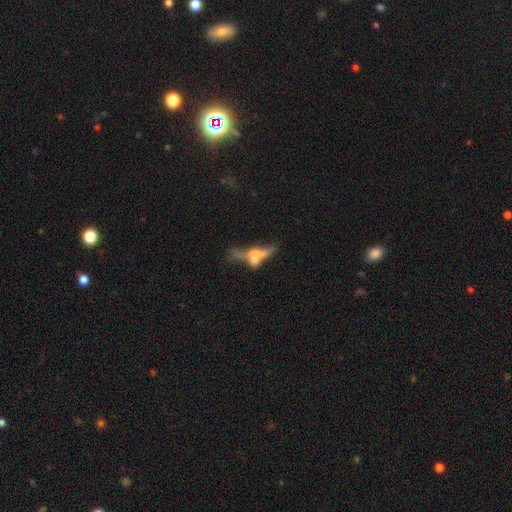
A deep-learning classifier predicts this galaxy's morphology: This is possibly a featured or disk galaxy (51%). It is possibly not viewed edge-on (54%). Merging: possibly merger (48%).